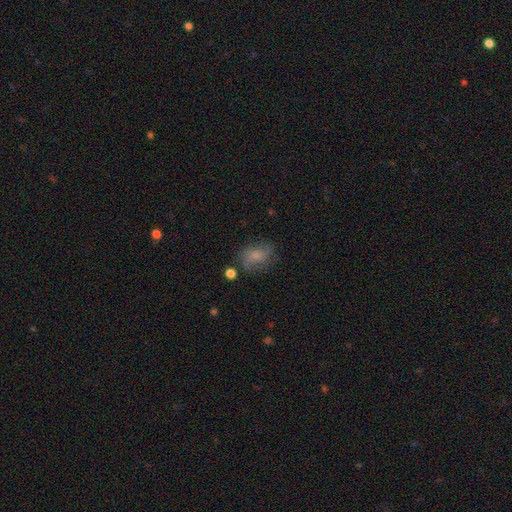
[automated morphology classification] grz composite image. It shows a smooth galaxy with no disk features (65%) that is in between round and cigar-shaped (71%). Merging: none (63%).